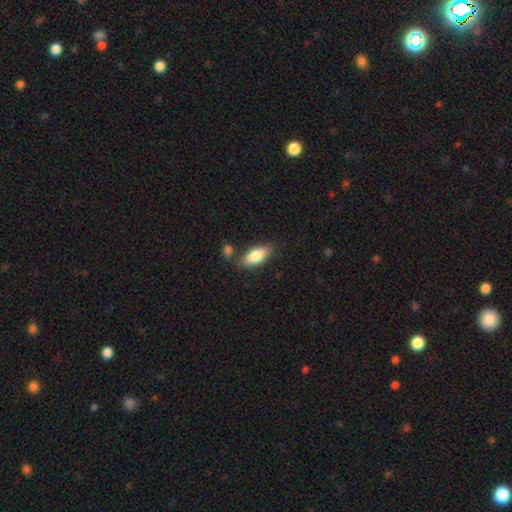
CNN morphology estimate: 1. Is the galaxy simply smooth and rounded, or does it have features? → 81% smooth, 12% featured or disk, 6% star or artifact.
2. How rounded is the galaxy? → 83% in between, 15% cigar-shaped, 3% round.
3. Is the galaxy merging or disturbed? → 73% none, 14% minor disturbance, 9% merger, 3% major disturbance.